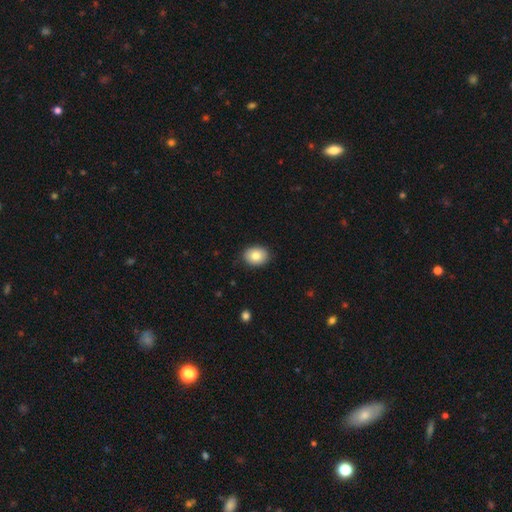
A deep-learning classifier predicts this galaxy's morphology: Smooth or featured? smooth (83%)
How rounded? in between (59%)
Merging? none (87%)